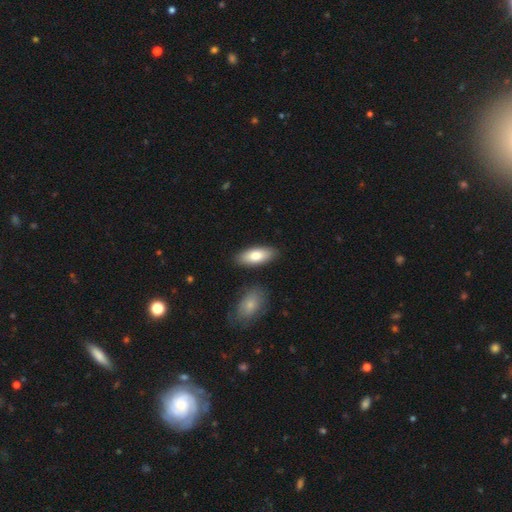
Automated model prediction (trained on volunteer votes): A smooth galaxy with no disk features (79%) that is in between round and cigar-shaped (85%).

Vote fractions:
- Smooth or featured? smooth: 79% / featured or disk: 15% / star or artifact: 6%
- How rounded? in between: 85% / cigar-shaped: 13% / round: 2%
- Merging? none: 85% / minor disturbance: 9% / merger: 3% / major disturbance: 2%